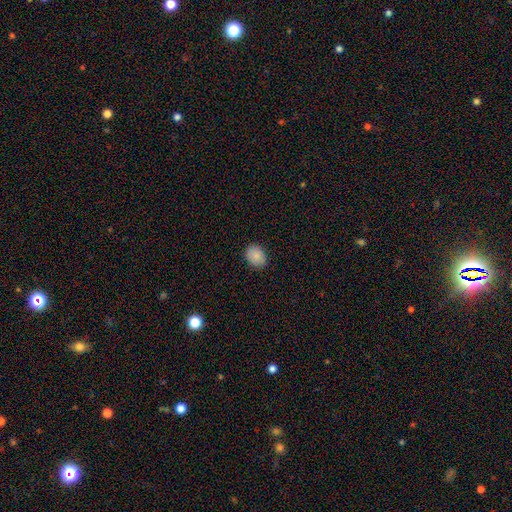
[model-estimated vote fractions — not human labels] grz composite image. It shows a smooth galaxy with no disk features (87%) that is in between round and cigar-shaped (60%). Merging: none (87%).